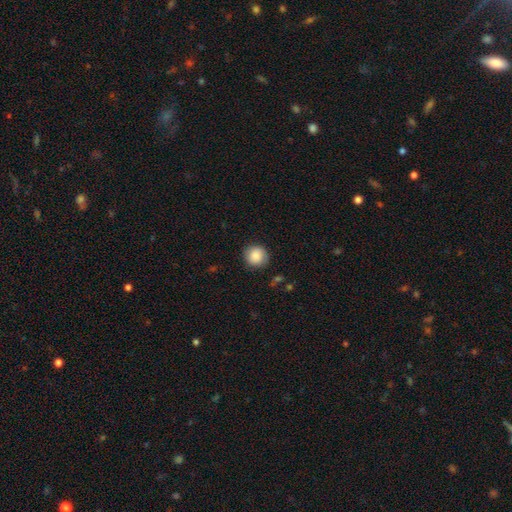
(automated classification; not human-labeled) A smooth galaxy with no disk features (87%) that is round (92%).

Vote fractions:
- Smooth or featured? smooth: 87% / star or artifact: 8% / featured or disk: 5%
- How rounded? round: 92% / in between: 7% / cigar-shaped: 1%
- Merging? none: 85% / minor disturbance: 11% / major disturbance: 3% / merger: 1%